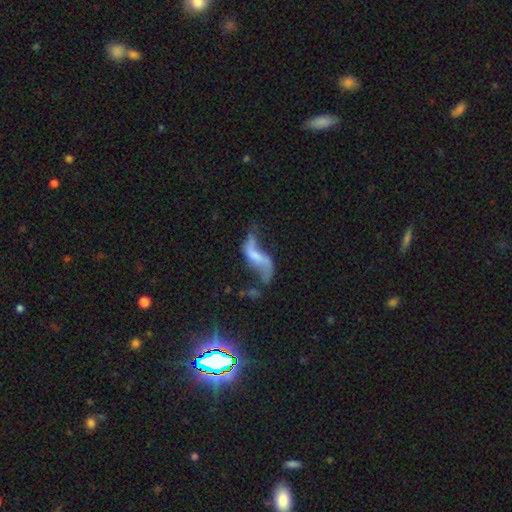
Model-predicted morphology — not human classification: Smooth or featured?
  - featured or disk: 72% *
  - smooth: 18%
  - star or artifact: 9%
Edge-on disk?
  - no: 93% *
  - yes: 7%
Bar?
  - weak: 39% *
  - no: 38%
  - strong: 24%
Spiral arms?
  - yes: 81% *
  - no: 19%
Spiral winding?
  - loose: 91% *
  - medium: 7%
  - tight: 2%
Spiral arm count?
  - 2: 87% *
  - 1: 7%
  - can't tell: 4%
  - 3: 1%
  - 4: 1%
  - more than 4: 1%
Bulge size?
  - none: 46% *
  - small: 27%
  - moderate: 20%
  - large: 5%
  - dominant: 2%
Merging?
  - none: 39% *
  - major disturbance: 29%
  - minor disturbance: 19%
  - merger: 13%